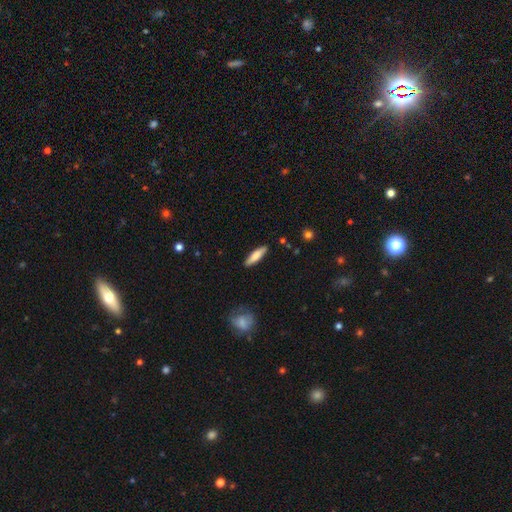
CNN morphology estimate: Q: Smooth or featured?
A: smooth (75%); runner-up: featured or disk (20%)
Q: How rounded?
A: cigar-shaped (71%); runner-up: in between (28%)
Q: Merging?
A: none (88%); runner-up: minor disturbance (9%)